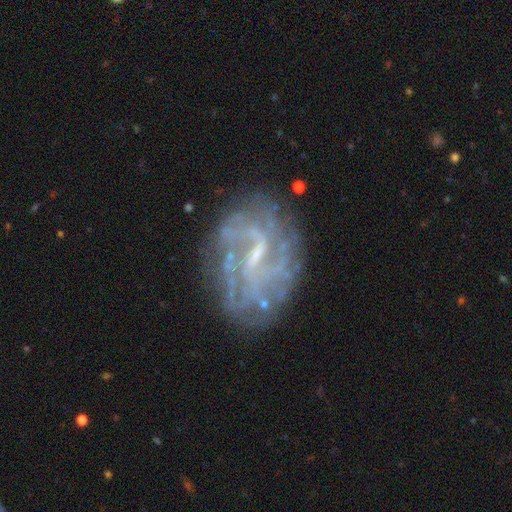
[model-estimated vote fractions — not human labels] A featured or disk galaxy (83%) with a weak bar (56%), tight (41%) spiral arms (84%) and a small central bulge (53%). Merging: none (70%).